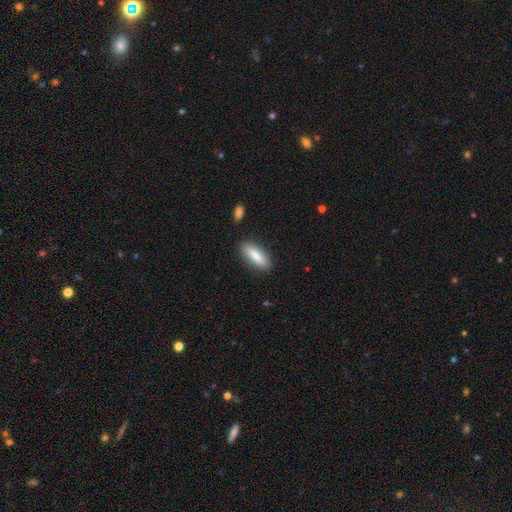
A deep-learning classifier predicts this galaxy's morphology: Q: Smooth or featured?
A: smooth (83%); runner-up: featured or disk (11%)
Q: How rounded?
A: in between (60%); runner-up: cigar-shaped (38%)
Q: Merging?
A: none (86%); runner-up: minor disturbance (10%)